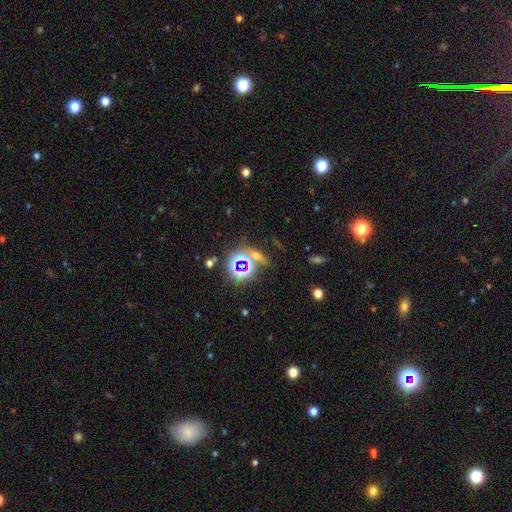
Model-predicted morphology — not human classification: This is possibly a star or artifact rather than a galaxy (58%).